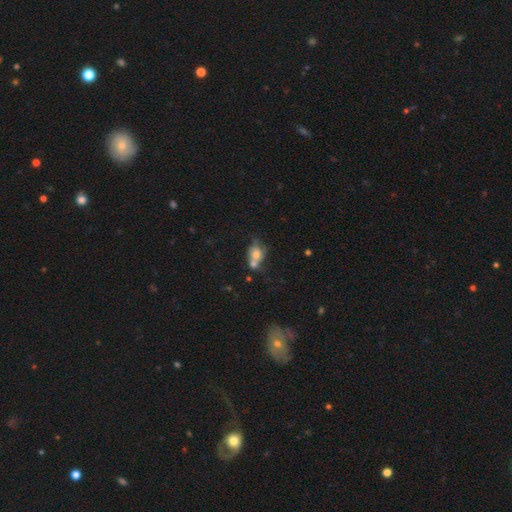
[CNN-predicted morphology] A smooth galaxy with no disk features (64%) that is in between round and cigar-shaped (51%). Merging: merger (51%).